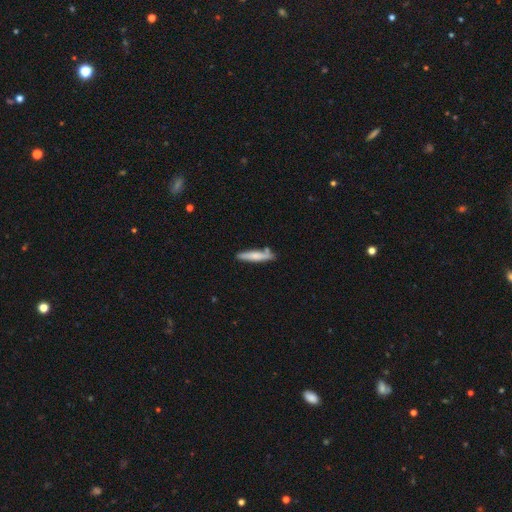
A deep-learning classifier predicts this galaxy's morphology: Q: Smooth or featured?
A: smooth (65%); runner-up: featured or disk (29%)
Q: How rounded?
A: cigar-shaped (88%); runner-up: in between (11%)
Q: Merging?
A: none (75%); runner-up: minor disturbance (15%)